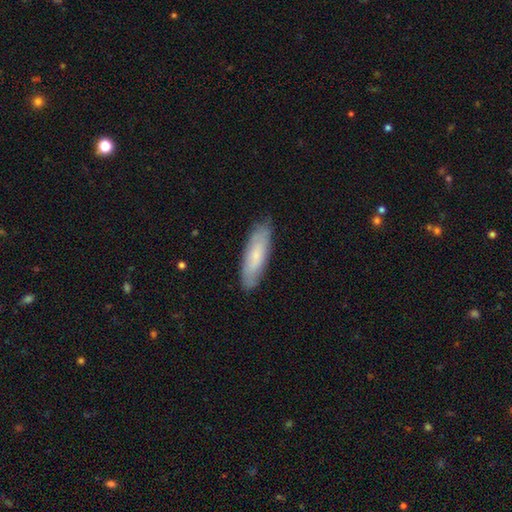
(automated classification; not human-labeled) smooth_or_featured: smooth (p=0.60) [alt: featured or disk p=0.34]
how_rounded: cigar-shaped (p=0.55) [alt: in between p=0.43]
merging: none (p=0.84) [alt: minor disturbance p=0.13]